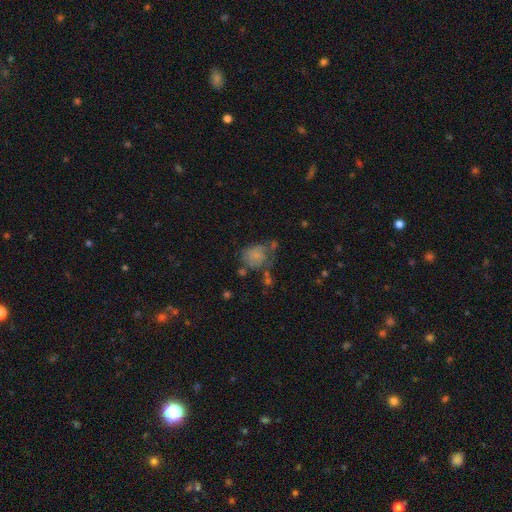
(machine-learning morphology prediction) This is likely a smooth galaxy (67%). How rounded: possibly round (58%). Merging: marginally none (35%).